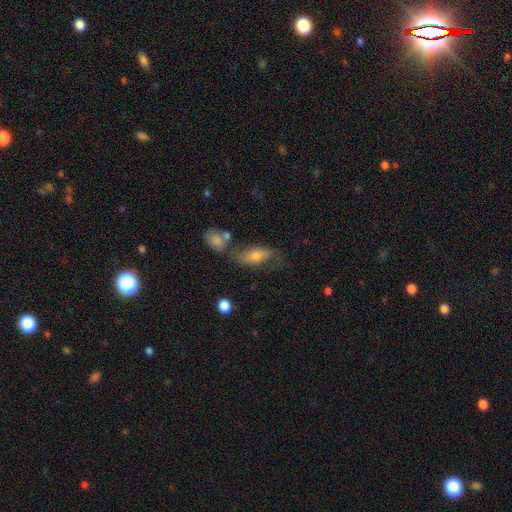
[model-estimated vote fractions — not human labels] Q: Smooth or featured?
A: smooth (50%); runner-up: featured or disk (41%)
Q: Merging?
A: none (51%); runner-up: minor disturbance (22%)